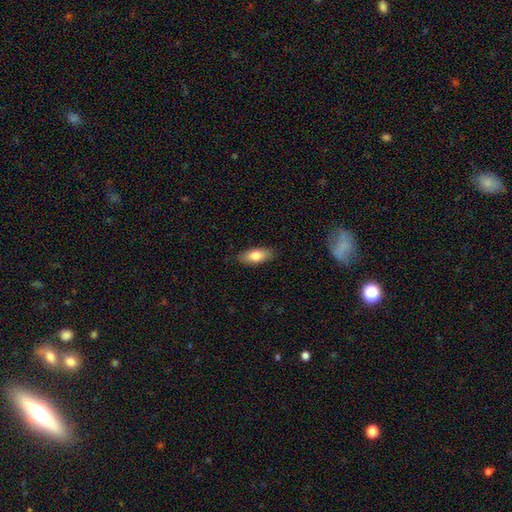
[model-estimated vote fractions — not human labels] smooth_or_featured: smooth (p=0.78) [alt: featured or disk p=0.16]
how_rounded: in between (p=0.83) [alt: cigar-shaped p=0.15]
merging: none (p=0.87) [alt: minor disturbance p=0.10]